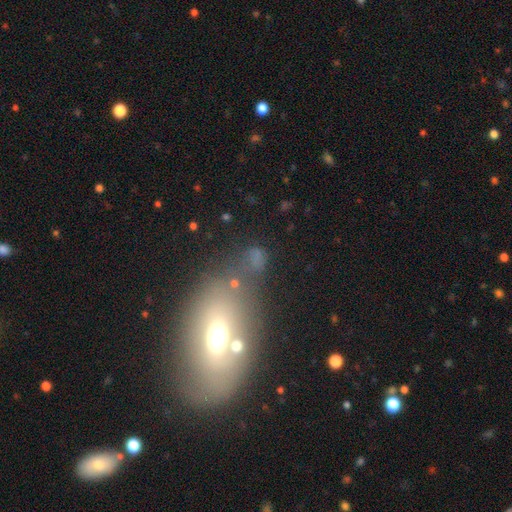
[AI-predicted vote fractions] Smooth or featured: smooth — 45% (star or artifact — 32%)
Merging: none — 43% (merger — 21%)